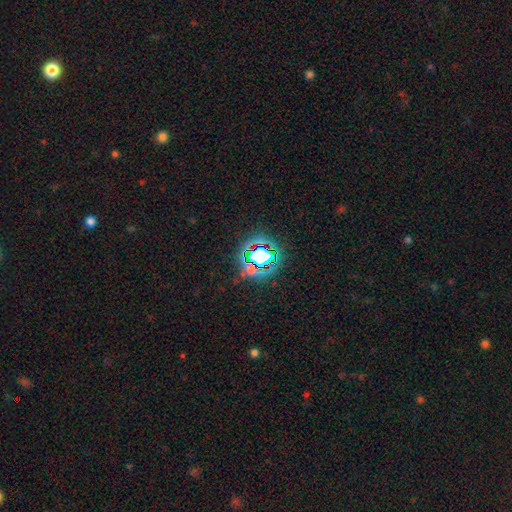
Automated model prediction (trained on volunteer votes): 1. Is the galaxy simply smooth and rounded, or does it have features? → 62% star or artifact, 25% smooth, 13% featured or disk.